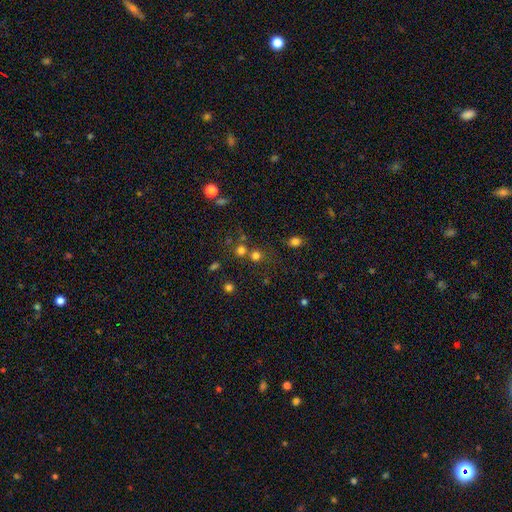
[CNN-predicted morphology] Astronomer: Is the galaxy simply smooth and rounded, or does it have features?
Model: smooth — 69%.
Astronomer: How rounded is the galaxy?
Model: round — 89%.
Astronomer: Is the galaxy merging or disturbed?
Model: none — 62%.